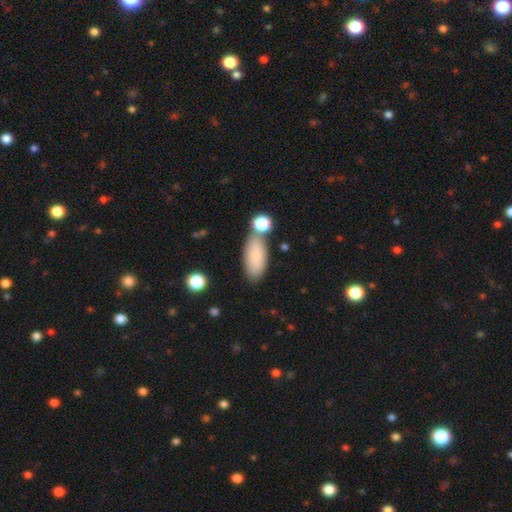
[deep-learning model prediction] Smooth or featured? Predicted: smooth (p=0.77). How rounded? Predicted: in between (p=0.86). Merging? Predicted: none (p=0.67).